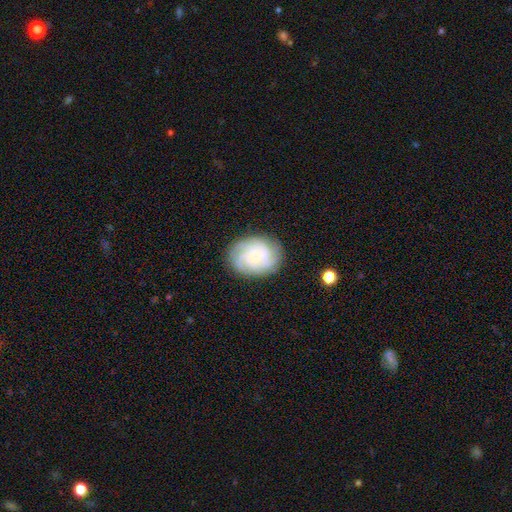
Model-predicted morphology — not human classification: Overall: featured or disk (78%). Edge-on disk: no (98%). Bar: no (77%). Spiral arms: yes (97%). Spiral arm count: 4 (37%; 3 20%). Spiral winding: tight (65%; medium 29%). Bulge size: small (71%). Merging: none (81%).